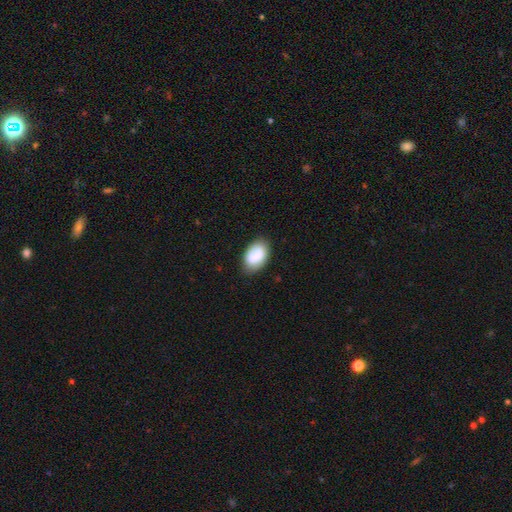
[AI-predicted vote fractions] The model was most divided on "merging": none: 74%, minor disturbance: 19%, major disturbance: 4%, merger: 3%. More confident: how rounded — in between (90%); smooth or featured — smooth (80%).